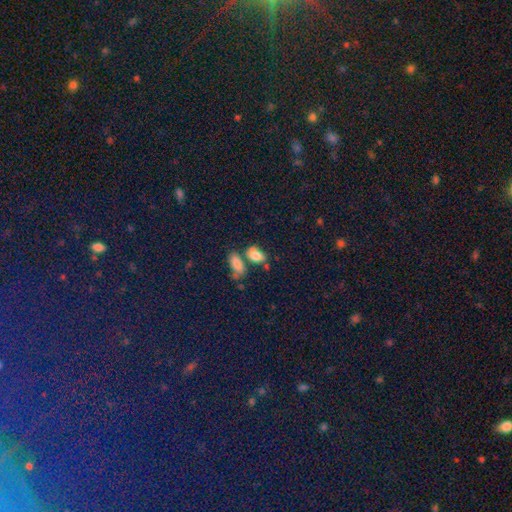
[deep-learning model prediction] A smooth galaxy with no disk features (80%) that is in between round and cigar-shaped (88%). Merging: none (48%).